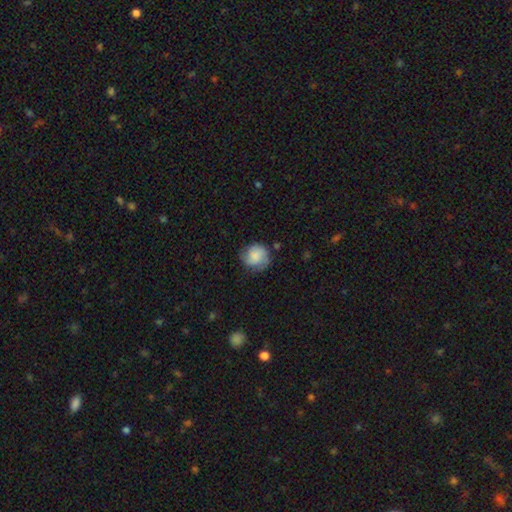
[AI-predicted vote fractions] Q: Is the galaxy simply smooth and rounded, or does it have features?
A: smooth — 62%.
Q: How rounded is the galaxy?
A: round — 83%.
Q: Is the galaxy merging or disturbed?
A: none — 67%.